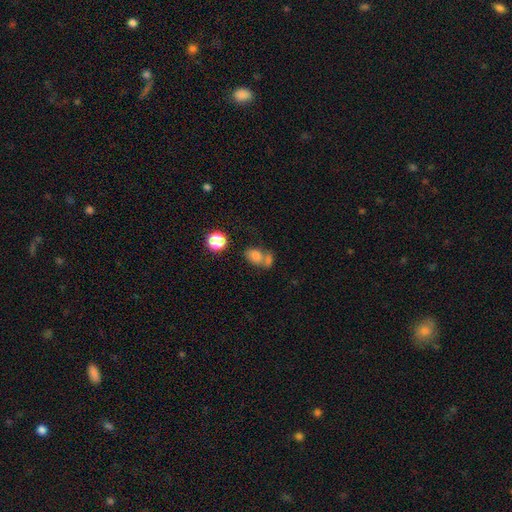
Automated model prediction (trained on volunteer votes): Smooth or featured?
  - smooth: 76% *
  - star or artifact: 13%
  - featured or disk: 11%
How rounded?
  - in between: 70% *
  - round: 29%
  - cigar-shaped: 1%
Merging?
  - merger: 48% *
  - none: 34%
  - minor disturbance: 12%
  - major disturbance: 7%